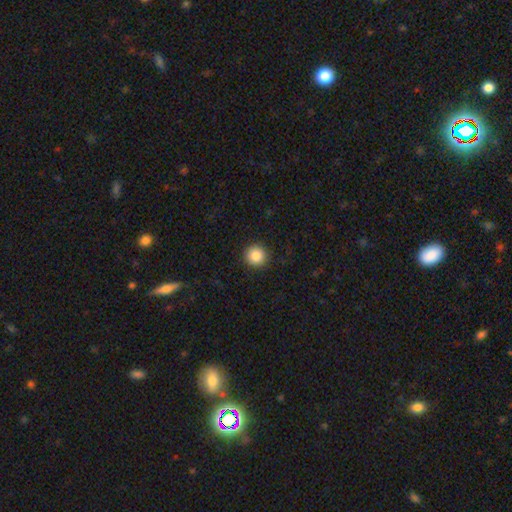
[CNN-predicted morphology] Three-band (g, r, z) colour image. It shows a smooth galaxy with no disk features (87%) that is round (95%). Merging: none (93%).